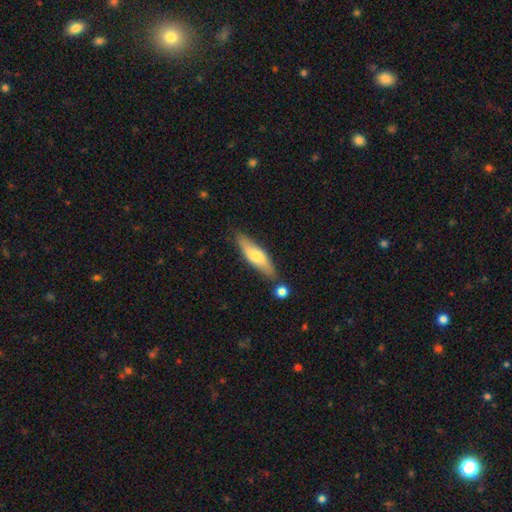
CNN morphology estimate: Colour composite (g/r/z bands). It shows a smooth galaxy with no disk features (58%) that is cigar-shaped (64%). Merging: none (76%).